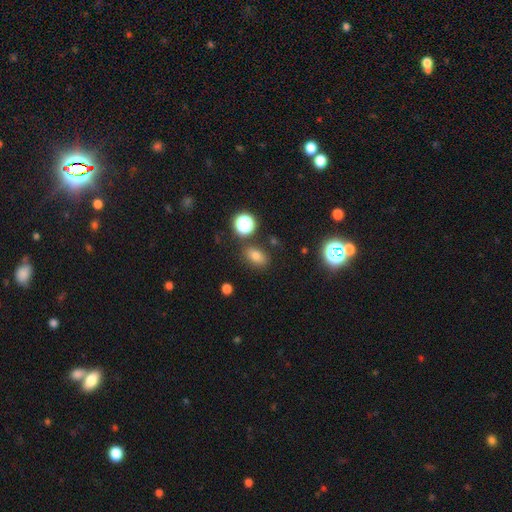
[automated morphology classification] type=smooth (73%); roundness=in between (77%); merging=none (81%).